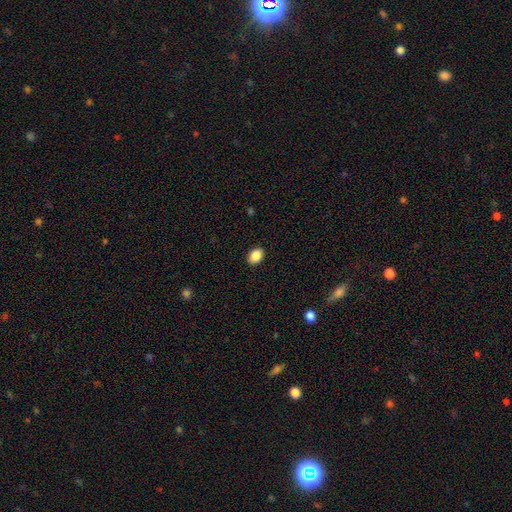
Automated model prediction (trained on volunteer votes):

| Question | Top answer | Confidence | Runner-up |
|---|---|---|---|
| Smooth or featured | smooth | 88% | star or artifact (8%) |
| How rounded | in between | 70% | round (29%) |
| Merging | none | 90% | minor disturbance (7%) |